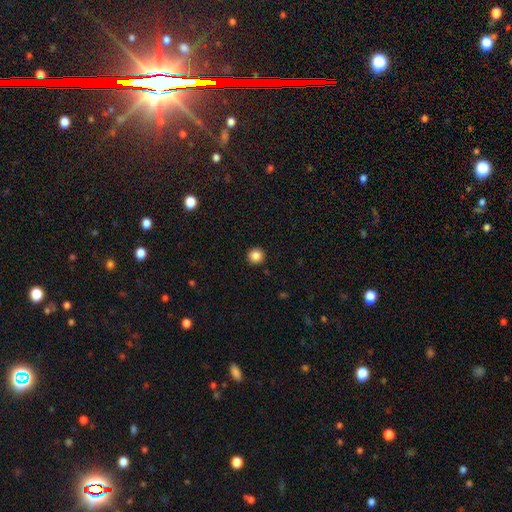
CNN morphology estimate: A smooth galaxy with no disk features (86%) that is round (95%). Merging: none (93%).